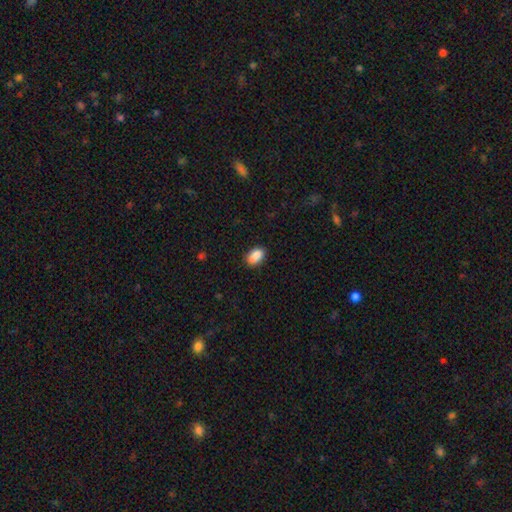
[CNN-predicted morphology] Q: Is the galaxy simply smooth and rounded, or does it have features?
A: smooth — 87%.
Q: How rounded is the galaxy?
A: in between — 89%.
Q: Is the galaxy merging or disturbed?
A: none — 80%.